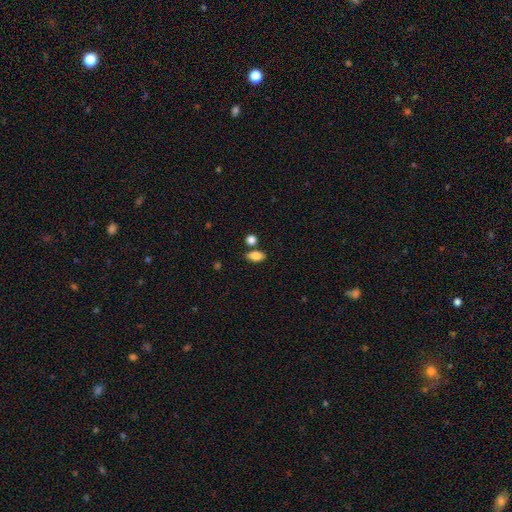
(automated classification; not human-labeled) A smooth galaxy with no disk features (82%) that is in between round and cigar-shaped (85%). Merging: none (74%).